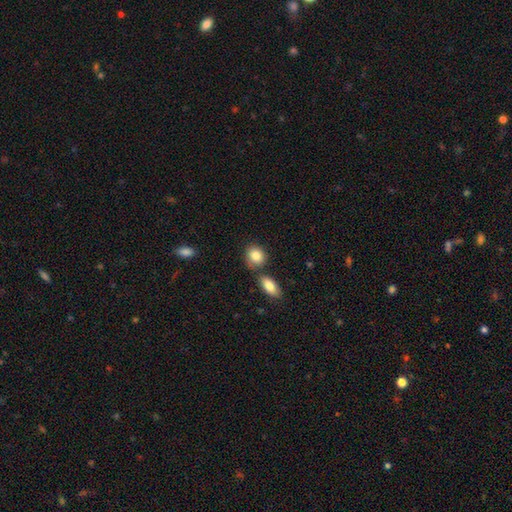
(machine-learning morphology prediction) Smooth or featured: smooth — 85% (featured or disk — 8%)
How rounded: round — 53% (in between — 46%)
Merging: none — 64% (merger — 20%)